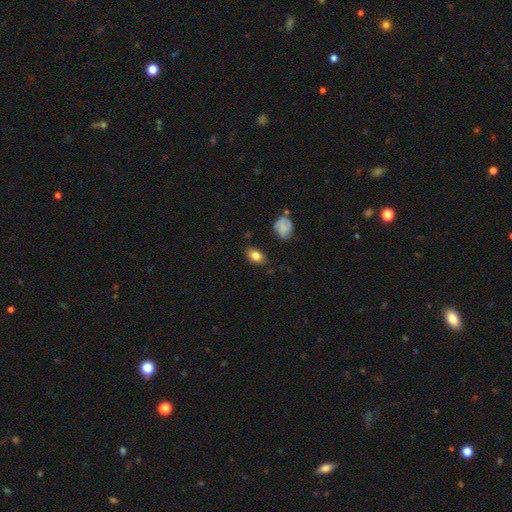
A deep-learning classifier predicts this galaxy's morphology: Q: Smooth or featured?
A: smooth (82%); runner-up: featured or disk (9%)
Q: How rounded?
A: in between (85%); runner-up: round (12%)
Q: Merging?
A: none (80%); runner-up: minor disturbance (15%)